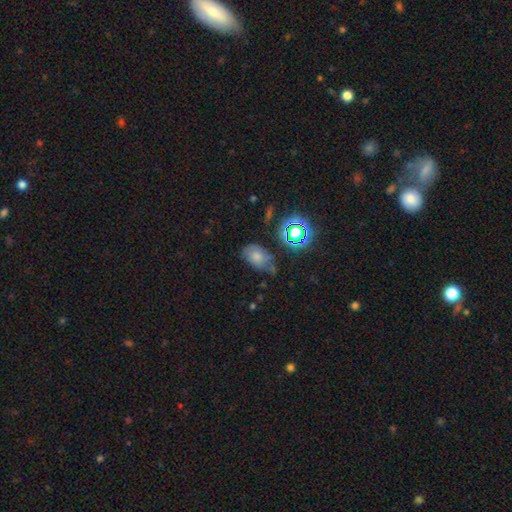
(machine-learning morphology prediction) A smooth galaxy with no disk features (51%) that is in between round and cigar-shaped (77%). Merging: none (60%).